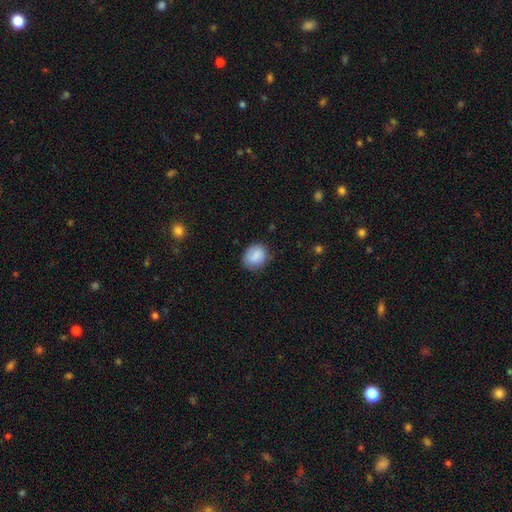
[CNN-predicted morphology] smooth-or-featured: smooth: 84% | featured or disk: 9% | star or artifact: 7%
  how-rounded: round: 58% | in between: 41% | cigar-shaped: 1%
  merging: none: 74% | minor disturbance: 20% | major disturbance: 5% | merger: 1%